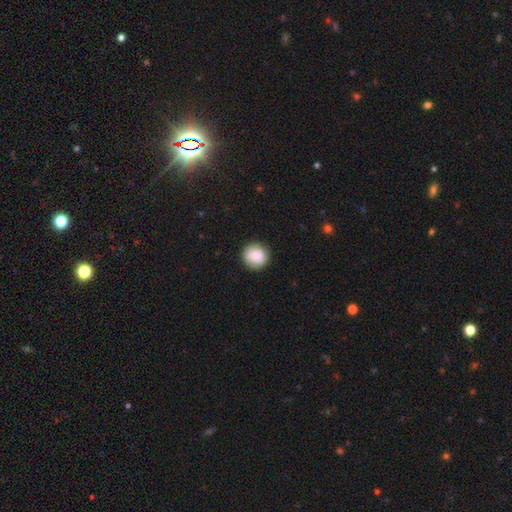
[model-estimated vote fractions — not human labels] The model was most divided on "smooth or featured": smooth: 82%, featured or disk: 11%, star or artifact: 7%. More confident: how rounded — round (94%); merging — none (88%).